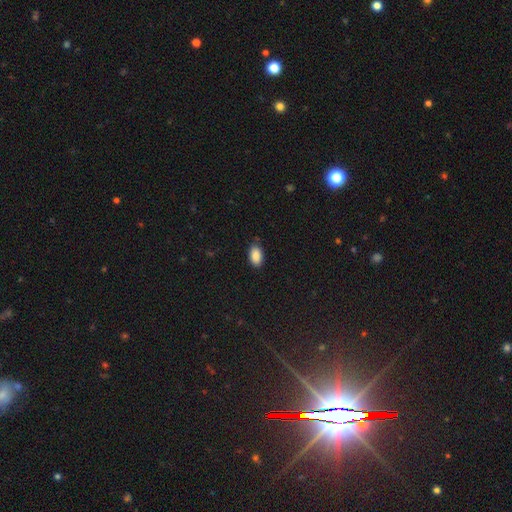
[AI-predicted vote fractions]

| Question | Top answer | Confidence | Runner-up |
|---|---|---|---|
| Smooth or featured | smooth | 89% | star or artifact (8%) |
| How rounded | in between | 92% | round (6%) |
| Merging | none | 83% | minor disturbance (14%) |